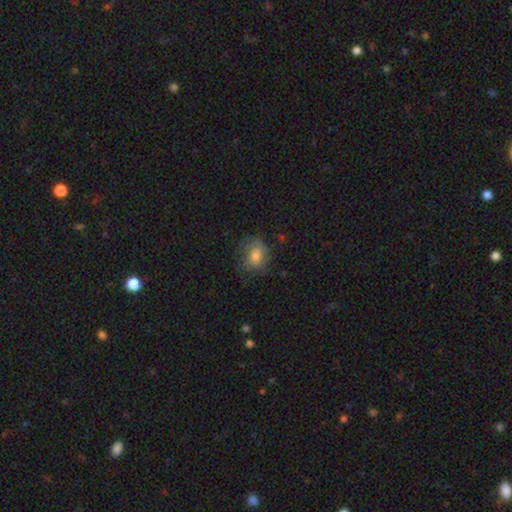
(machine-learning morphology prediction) The model was most divided on "how rounded": round: 52%, in between: 47%, cigar-shaped: 1%. More confident: smooth or featured — smooth (71%); merging — none (63%).